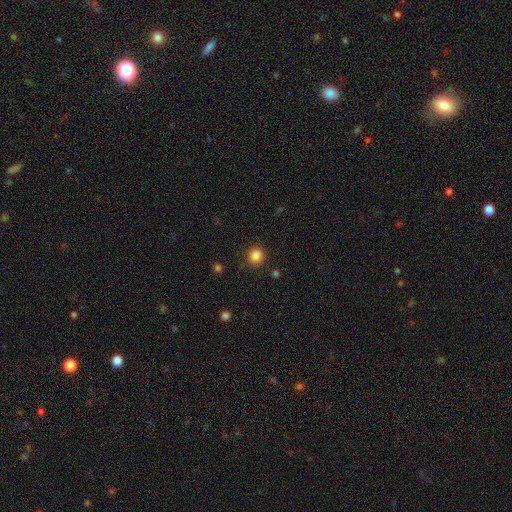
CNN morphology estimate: Q: Smooth or featured?
A: smooth (85%); runner-up: star or artifact (12%)
Q: How rounded?
A: round (82%); runner-up: in between (17%)
Q: Merging?
A: none (84%); runner-up: minor disturbance (11%)